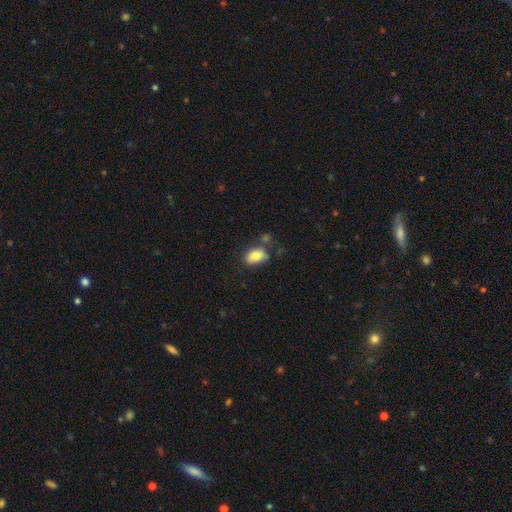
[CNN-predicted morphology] Smooth or featured? Predicted: smooth (p=0.83). How rounded? Predicted: in between (p=0.88). Merging? Predicted: none (p=0.57).